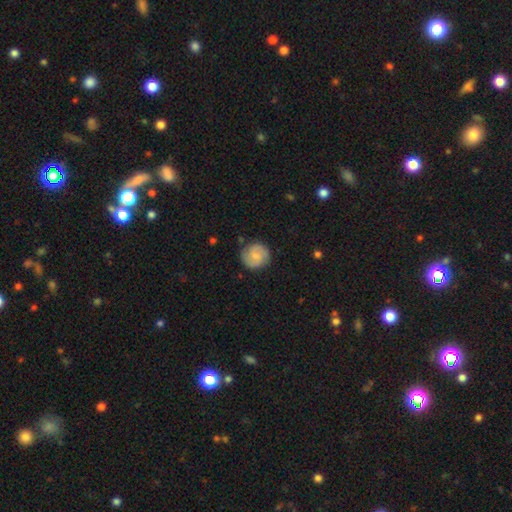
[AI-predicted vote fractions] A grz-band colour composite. It shows a smooth galaxy with no disk features (48%). Merging: none (83%).